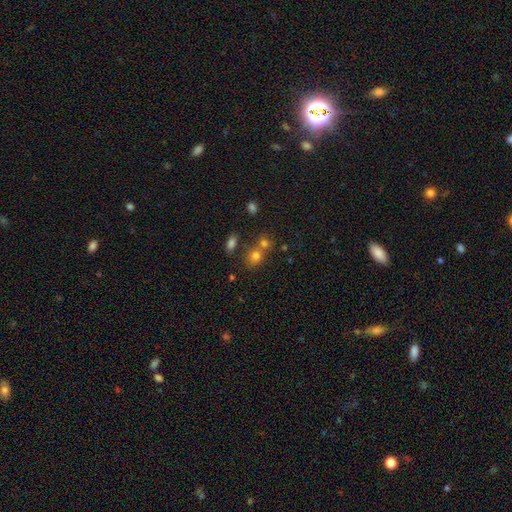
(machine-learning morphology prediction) A smooth galaxy with no disk features (74%) that is round (69%). Merging: none (51%).